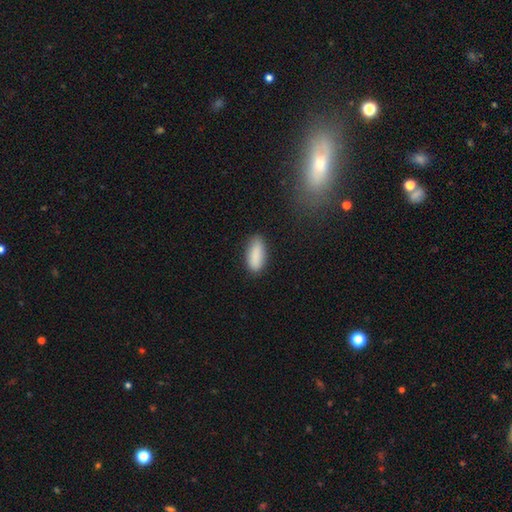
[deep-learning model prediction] Morphology: type=smooth (89%); roundness=in between (81%); merging=none (82%).